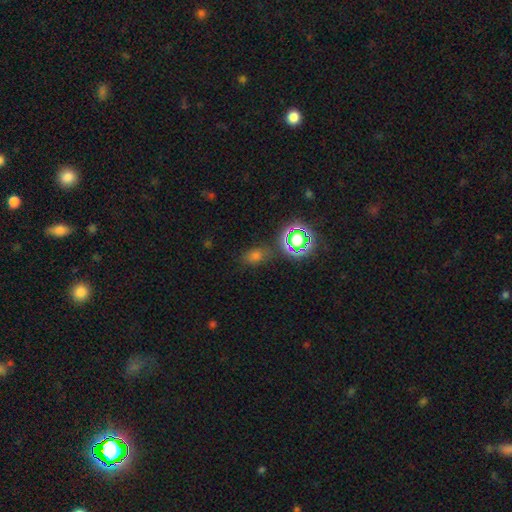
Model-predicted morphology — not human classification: smooth 60%, star or artifact 32%, featured or disk 8%. Down the decision tree: how rounded — in between (68%); merging — none (76%).